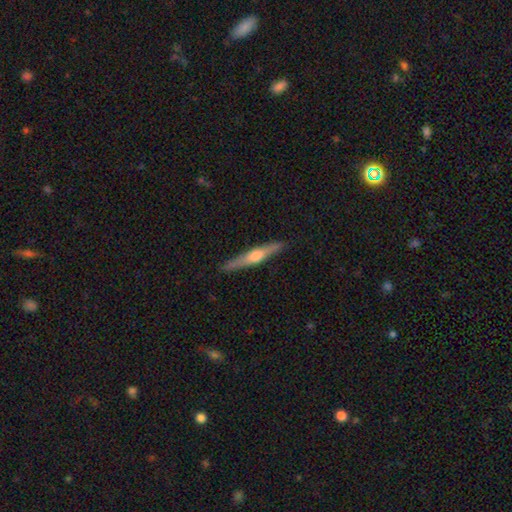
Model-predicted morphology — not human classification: Smooth or featured: featured or disk — 66% (smooth — 29%)
Edge-on disk: yes — 97% (no — 3%)
Edge-on bulge: rounded — 89% (boxy — 6%)
Merging: none — 90% (minor disturbance — 8%)